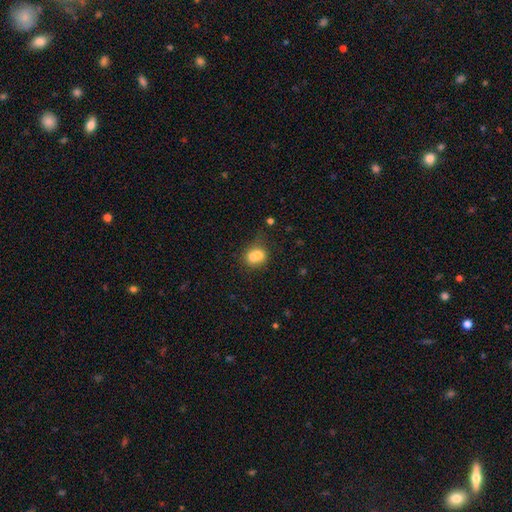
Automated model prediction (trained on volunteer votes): smooth 69%, featured or disk 20%, star or artifact 11%. Down the decision tree: how rounded — round (63%); merging — merger (61%).